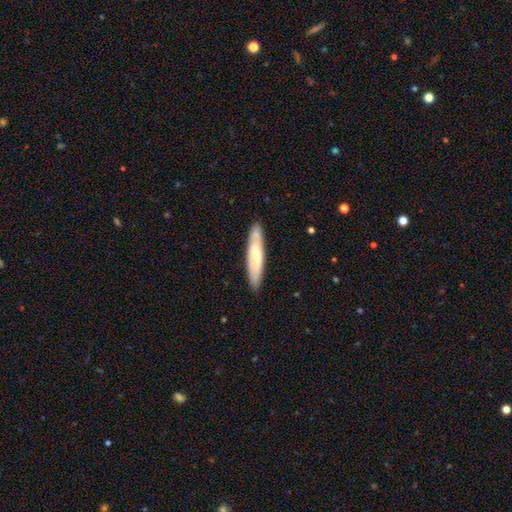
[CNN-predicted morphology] smooth 60%, featured or disk 35%, star or artifact 5%. Down the decision tree: how rounded — cigar-shaped (83%); merging — none (85%).